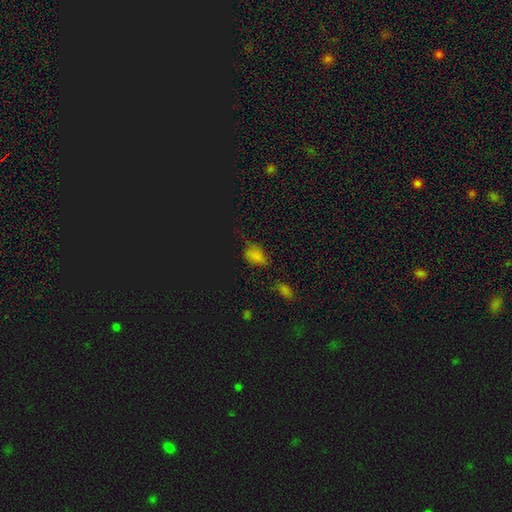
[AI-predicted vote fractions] The model was most divided on "merging": none: 55%, minor disturbance: 28%, major disturbance: 11%, merger: 6%. More confident: how rounded — in between (83%); smooth or featured — smooth (63%).